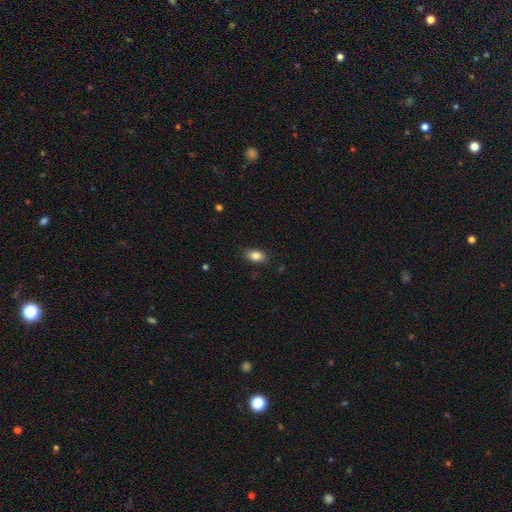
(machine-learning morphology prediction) This is clearly a smooth galaxy (85%). How rounded: clearly in between (89%). Merging: clearly none (86%).